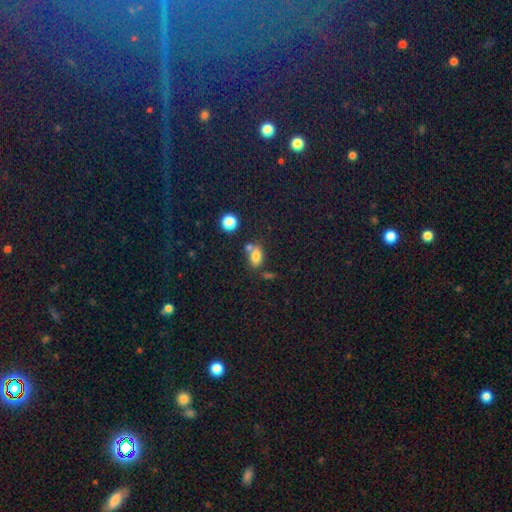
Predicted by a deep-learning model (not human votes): Overall: smooth (78%). How rounded: in between (81%). Merging: none (51%; merger 29%).